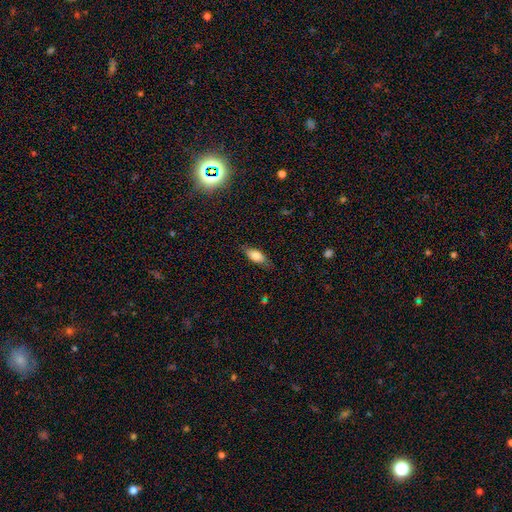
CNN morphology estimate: The model was most divided on "merging": none: 78%, minor disturbance: 17%, major disturbance: 4%, merger: 1%. More confident: how rounded — in between (81%); smooth or featured — smooth (78%).